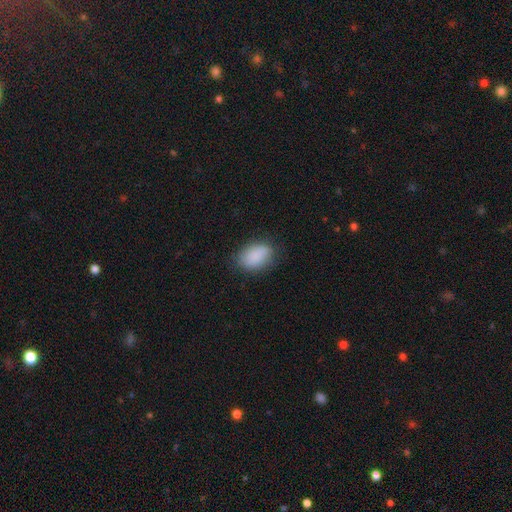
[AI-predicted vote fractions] Smooth or featured? smooth (87%)
How rounded? in between (84%)
Merging? none (78%)